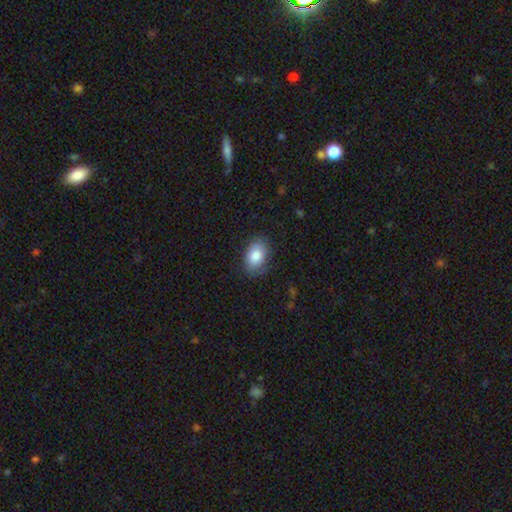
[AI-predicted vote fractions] A smooth galaxy with no disk features (84%) that is in between round and cigar-shaped (85%). Merging: none (79%).